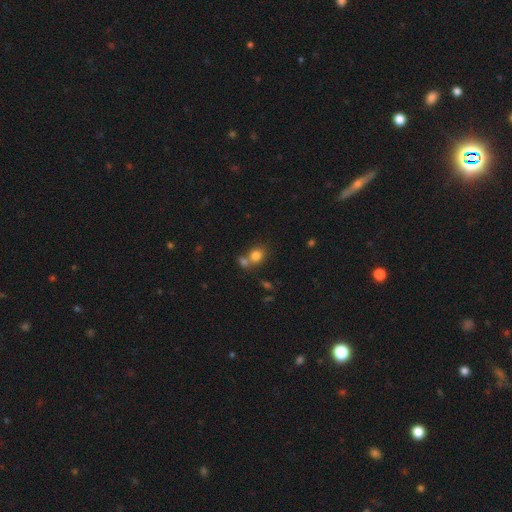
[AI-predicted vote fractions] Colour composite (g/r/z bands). It shows a smooth galaxy with no disk features (80%) that is round (63%). Merging: none (50%).